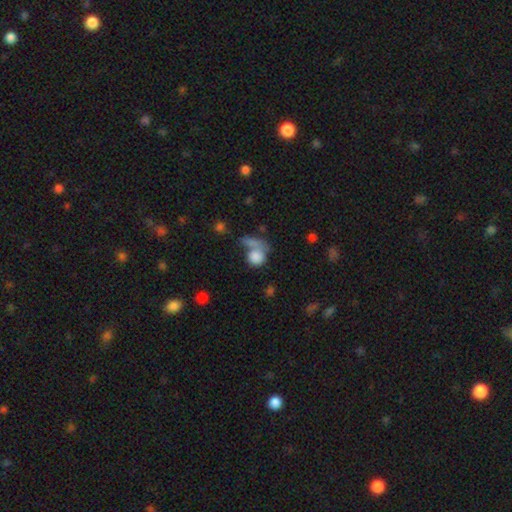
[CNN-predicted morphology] Q: Smooth or featured?
A: smooth (80%); runner-up: featured or disk (11%)
Q: How rounded?
A: round (70%); runner-up: in between (27%)
Q: Merging?
A: merger (38%); runner-up: none (35%)